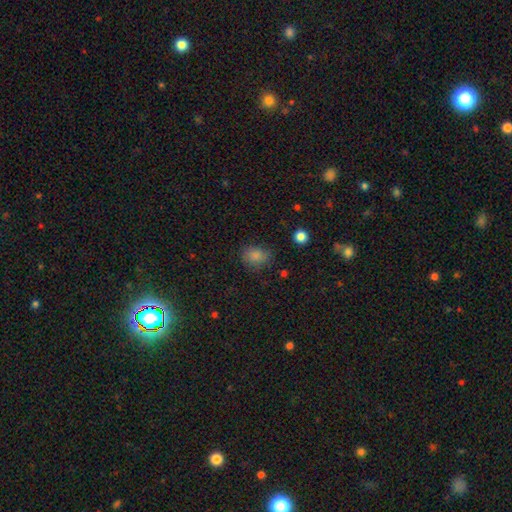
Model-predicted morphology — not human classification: Smooth or featured? smooth (83%)
How rounded? in between (51%)
Merging? none (74%)